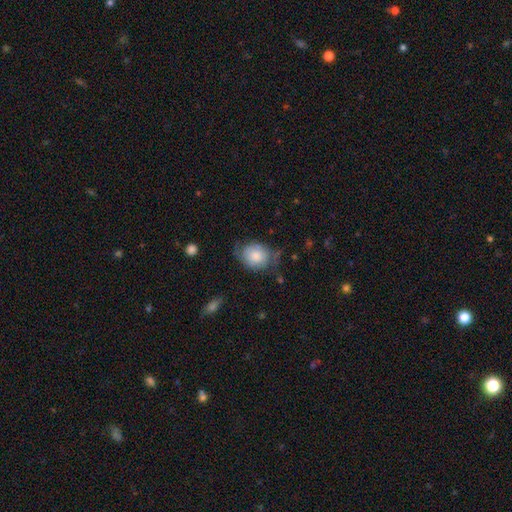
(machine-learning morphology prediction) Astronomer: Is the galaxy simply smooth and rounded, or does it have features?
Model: smooth — 73%.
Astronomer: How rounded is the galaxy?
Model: round — 52% (runner-up: in between, 47%).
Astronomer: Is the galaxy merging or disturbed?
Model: none — 51% (runner-up: minor disturbance, 34%).